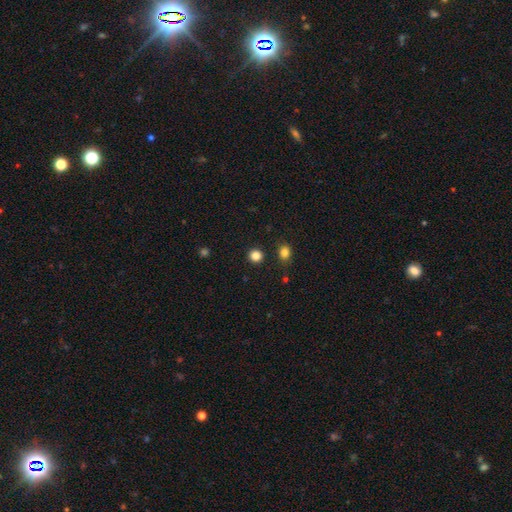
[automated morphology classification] This appears to be a smooth galaxy with no disk features (84%) that is round (92%). Merging: none (90%).